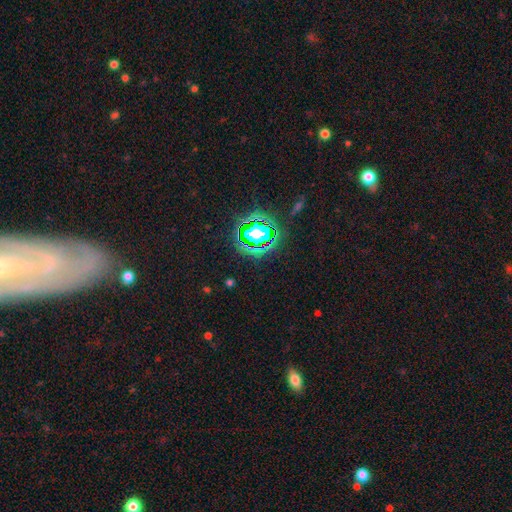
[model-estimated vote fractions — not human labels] smooth_or_featured: star or artifact (p=0.44) [alt: featured or disk p=0.33]